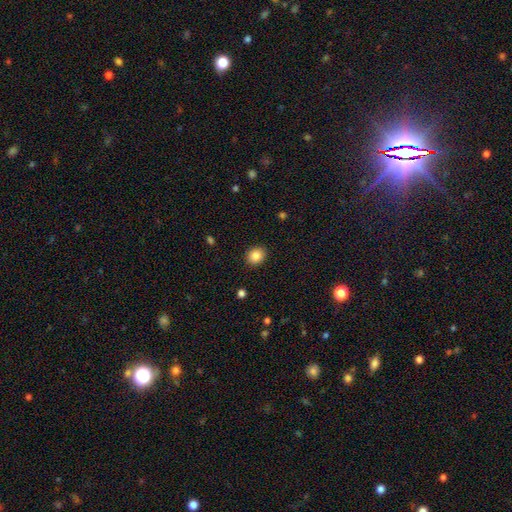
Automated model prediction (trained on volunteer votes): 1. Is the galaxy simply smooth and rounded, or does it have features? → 86% smooth, 10% star or artifact, 5% featured or disk.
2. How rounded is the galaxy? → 76% round, 23% in between, 1% cigar-shaped.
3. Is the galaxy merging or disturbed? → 91% none, 6% minor disturbance, 2% major disturbance, 1% merger.